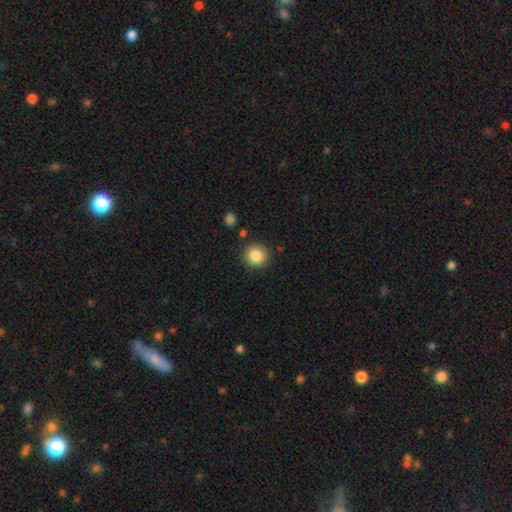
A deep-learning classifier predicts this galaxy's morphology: Smooth or featured? smooth (85%)
How rounded? round (91%)
Merging? none (88%)